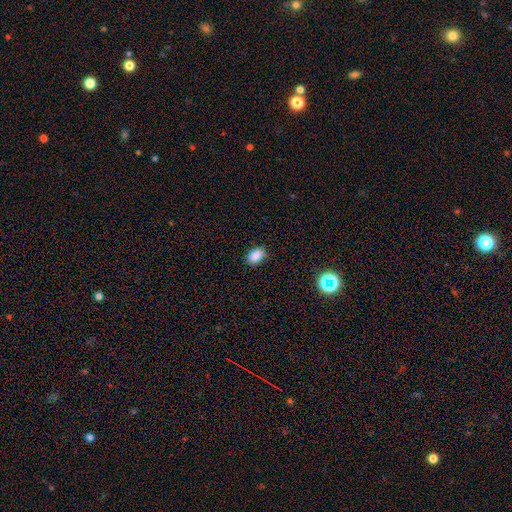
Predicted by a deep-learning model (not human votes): This is clearly a smooth galaxy (86%). How rounded: clearly in between (81%). Merging: clearly none (81%).